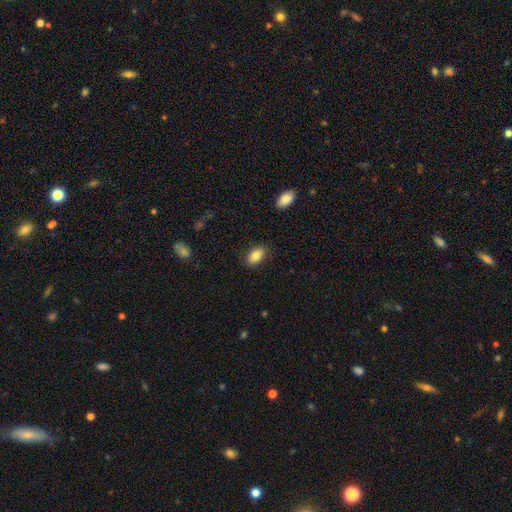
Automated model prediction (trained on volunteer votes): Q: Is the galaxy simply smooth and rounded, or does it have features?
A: smooth — 82%.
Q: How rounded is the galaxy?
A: in between — 90%.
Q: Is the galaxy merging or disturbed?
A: none — 84%.